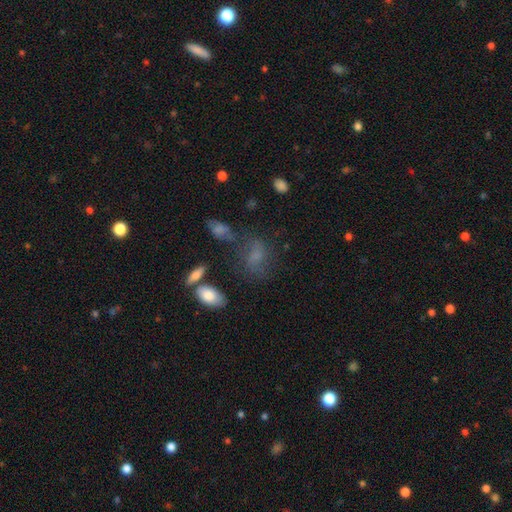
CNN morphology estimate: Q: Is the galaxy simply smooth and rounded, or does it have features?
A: smooth — 53%.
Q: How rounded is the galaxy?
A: in between — 66%.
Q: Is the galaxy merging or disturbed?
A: none — 51%.